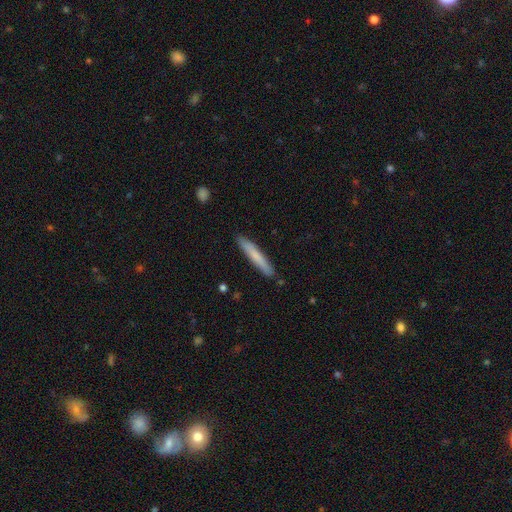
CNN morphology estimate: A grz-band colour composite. It shows a smooth galaxy with no disk features (73%) that is cigar-shaped (94%). Merging: none (89%).